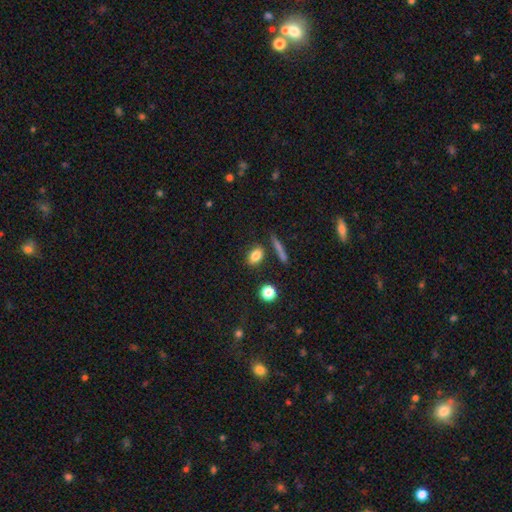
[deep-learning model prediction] Q: Smooth or featured?
A: smooth (83%); runner-up: star or artifact (9%)
Q: How rounded?
A: in between (74%); runner-up: round (19%)
Q: Merging?
A: none (79%); runner-up: minor disturbance (11%)